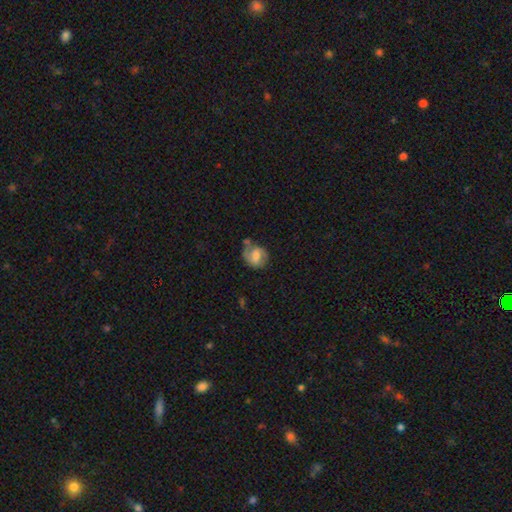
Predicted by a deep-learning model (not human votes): This appears to be a featured or disk galaxy (53%) with a weak bar (50%), spiral arms (83%) and a moderate central bulge (46%). Merging: none (51%).